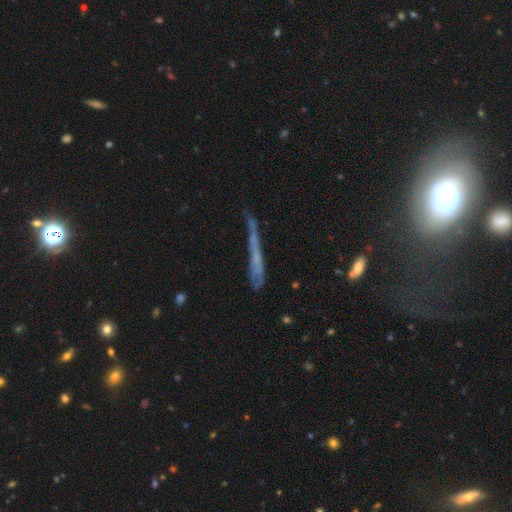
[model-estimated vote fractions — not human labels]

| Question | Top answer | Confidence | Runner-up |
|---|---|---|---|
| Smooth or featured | featured or disk | 42% | tied: smooth (42%) |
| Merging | none | 55% | minor disturbance (24%) |